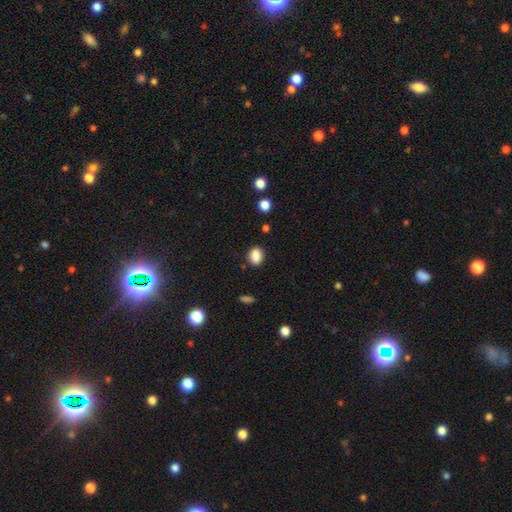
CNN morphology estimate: This appears to be a smooth galaxy with no disk features (86%) that is in between round and cigar-shaped (62%). Merging: none (83%).